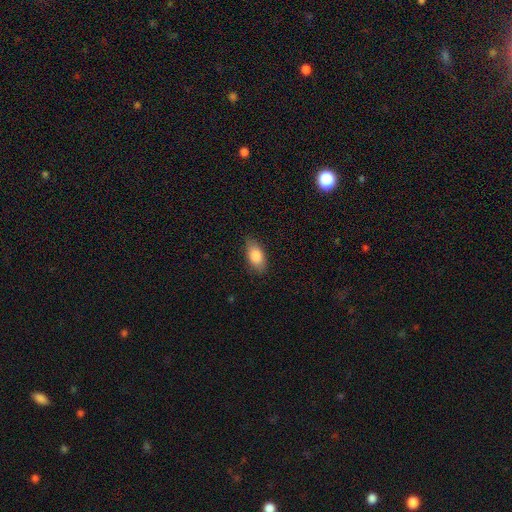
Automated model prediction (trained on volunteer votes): The model was most divided on "merging": none: 82%, minor disturbance: 14%, major disturbance: 3%, merger: 1%. More confident: how rounded — in between (91%); smooth or featured — smooth (85%).